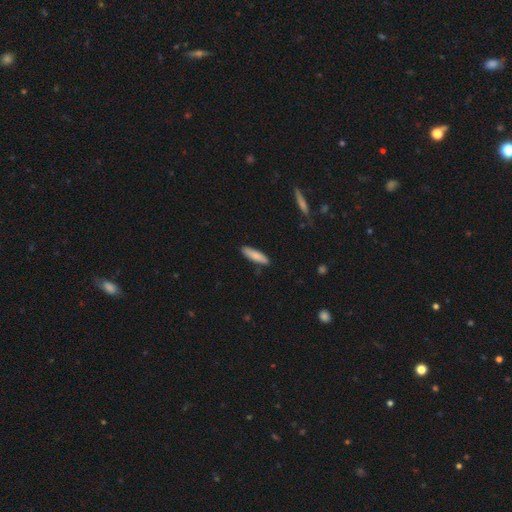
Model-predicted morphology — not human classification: type=smooth (84%); roundness=cigar-shaped (66%); merging=none (86%).